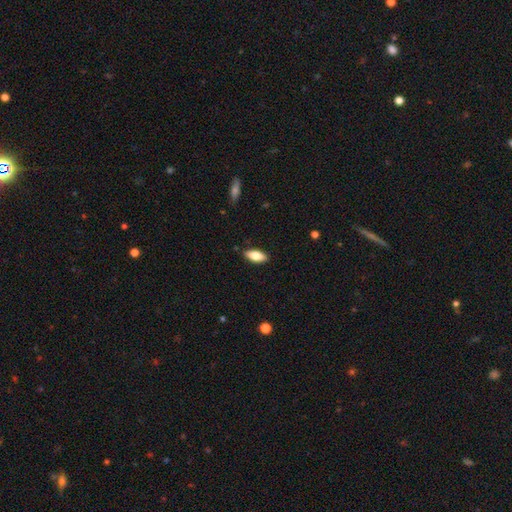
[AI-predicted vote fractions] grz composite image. It shows a smooth galaxy with no disk features (75%) that is in between round and cigar-shaped (81%). Merging: none (87%).